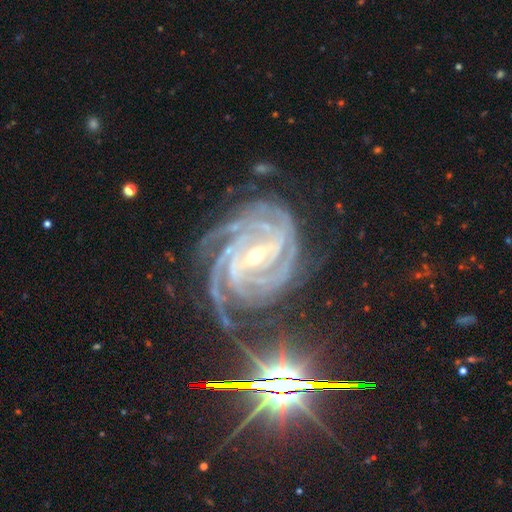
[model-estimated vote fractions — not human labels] Smooth or featured?
  - featured or disk: 90% *
  - star or artifact: 8%
  - smooth: 3%
Edge-on disk?
  - no: 97% *
  - yes: 3%
Bar?
  - strong: 50% *
  - weak: 36%
  - no: 15%
Spiral arms?
  - yes: 99% *
  - no: 1%
Spiral winding?
  - tight: 77% *
  - medium: 21%
  - loose: 3%
Spiral arm count?
  - 4: 35% *
  - more than 4: 20%
  - 3: 18%
  - can't tell: 11%
  - 2: 9%
  - 1: 7%
Bulge size?
  - small: 53% *
  - moderate: 44%
  - large: 1%
  - none: 1%
  - dominant: 1%
Merging?
  - none: 70% *
  - minor disturbance: 19%
  - major disturbance: 9%
  - merger: 2%